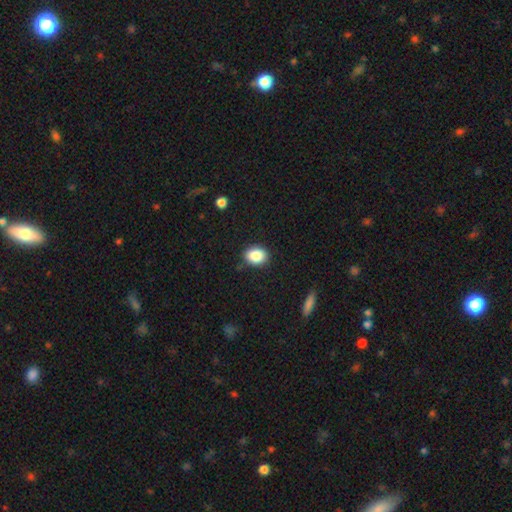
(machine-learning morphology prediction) The model was most divided on "how rounded": in between: 54%, round: 45%, cigar-shaped: 1%. More confident: smooth or featured — smooth (87%); merging — none (87%).